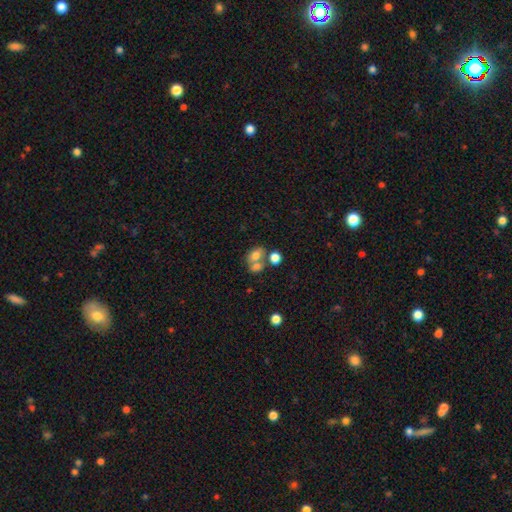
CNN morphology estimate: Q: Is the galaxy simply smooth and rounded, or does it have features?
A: smooth — 72%.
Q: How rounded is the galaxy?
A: in between — 66%.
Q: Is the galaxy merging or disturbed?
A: merger — 49%.